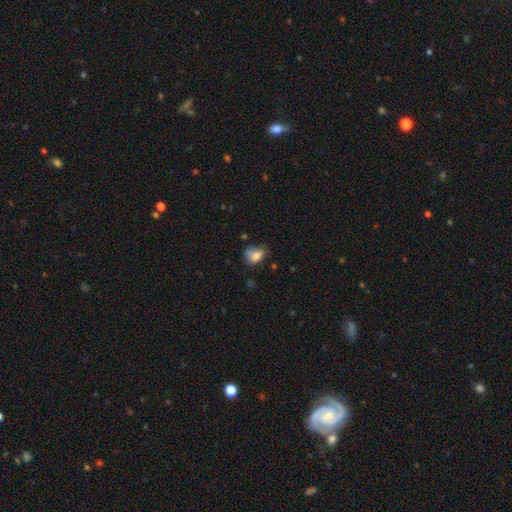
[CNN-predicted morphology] Smooth or featured? smooth (78%)
How rounded? in between (66%)
Merging? none (45%)